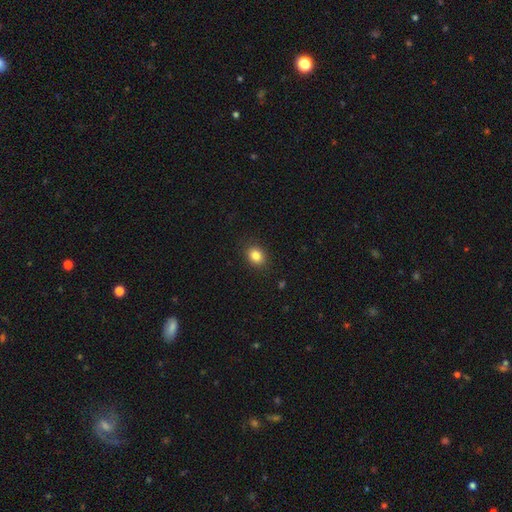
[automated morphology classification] A smooth galaxy with no disk features (84%) that is in between round and cigar-shaped (50%).

Vote fractions:
- Smooth or featured? smooth: 84% / star or artifact: 10% / featured or disk: 6%
- How rounded? in between: 50% / round: 49% / cigar-shaped: 1%
- Merging? none: 88% / minor disturbance: 8% / major disturbance: 2% / merger: 1%